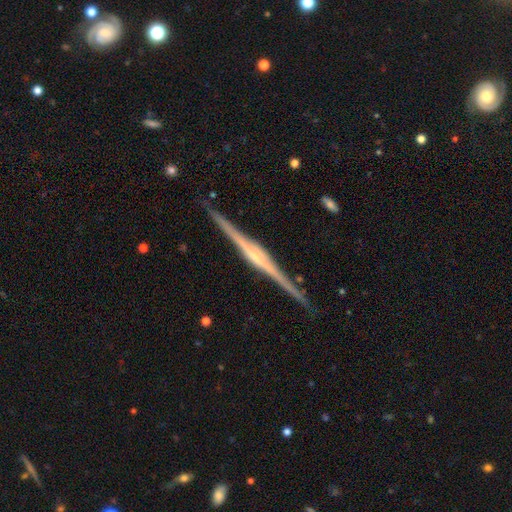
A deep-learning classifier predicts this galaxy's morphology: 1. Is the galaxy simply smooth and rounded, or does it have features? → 87% featured or disk, 8% smooth, 5% star or artifact.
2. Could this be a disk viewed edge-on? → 99% yes, 1% no.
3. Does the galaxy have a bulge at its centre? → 60% rounded, 27% boxy, 13% none.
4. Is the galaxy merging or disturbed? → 91% none, 7% minor disturbance, 1% major disturbance, 1% merger.